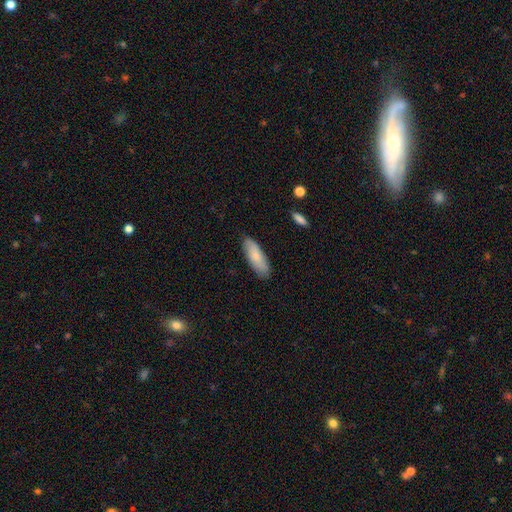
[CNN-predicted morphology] Smooth or featured? Predicted: smooth (p=0.77). How rounded? Predicted: in between (p=0.66). Merging? Predicted: none (p=0.84).